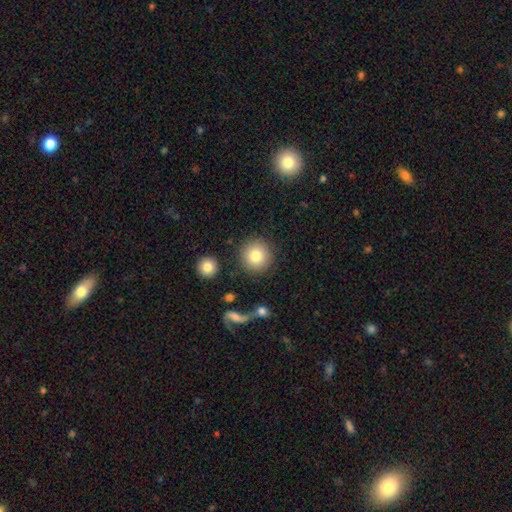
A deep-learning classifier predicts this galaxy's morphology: smooth_or_featured: smooth (p=0.80) [alt: featured or disk p=0.11]
how_rounded: round (p=0.94) [alt: in between p=0.05]
merging: none (p=0.86) [alt: minor disturbance p=0.07]